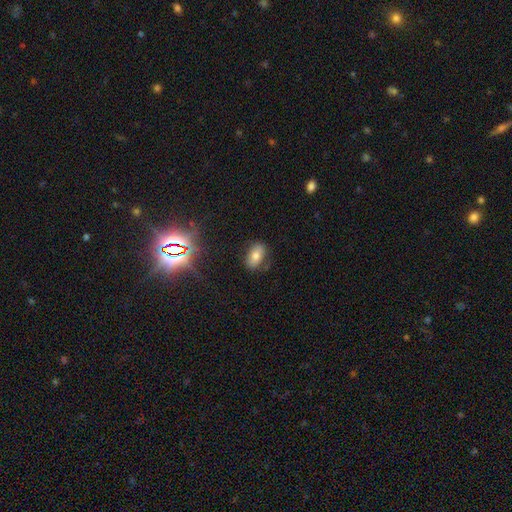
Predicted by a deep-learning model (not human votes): A smooth galaxy with no disk features (67%) that is in between round and cigar-shaped (89%).

Vote fractions:
- Smooth or featured? smooth: 67% / featured or disk: 18% / star or artifact: 15%
- How rounded? in between: 89% / round: 8% / cigar-shaped: 3%
- Merging? none: 78% / minor disturbance: 15% / major disturbance: 5% / merger: 2%